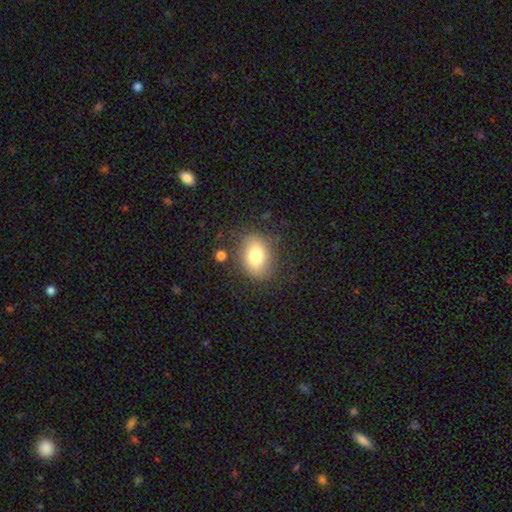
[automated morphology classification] Smooth or featured? Predicted: smooth (p=0.77). How rounded? Predicted: in between (p=0.70). Merging? Predicted: none (p=0.76).